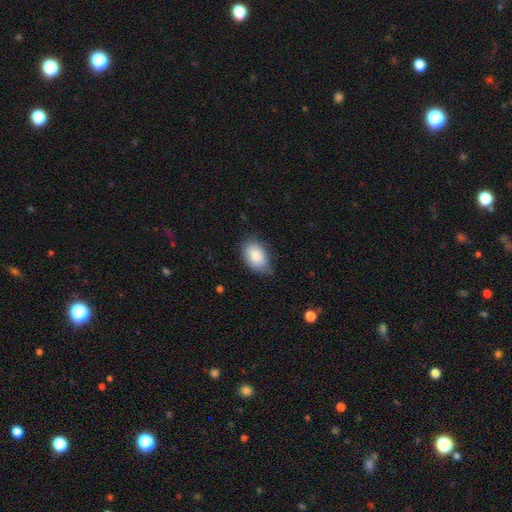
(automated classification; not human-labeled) This appears to be a smooth galaxy with no disk features (85%) that is in between round and cigar-shaped (88%). Merging: none (69%).